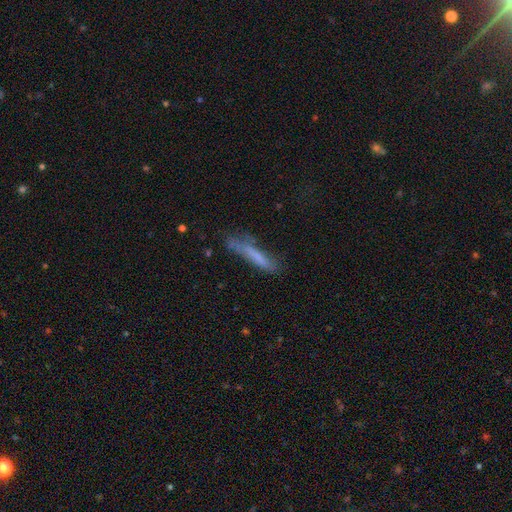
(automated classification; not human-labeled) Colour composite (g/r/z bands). It shows a smooth galaxy with no disk features (63%) that is cigar-shaped (90%). Merging: none (54%).